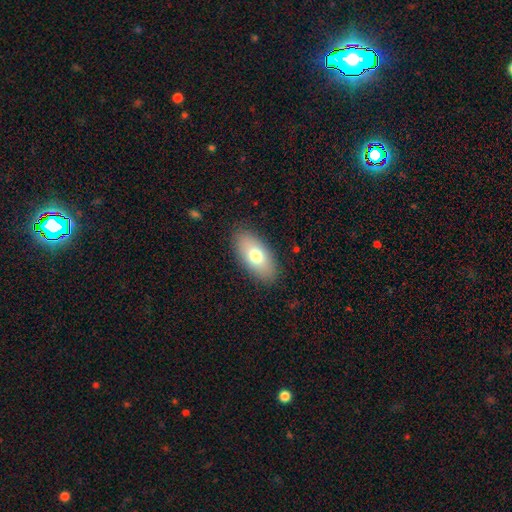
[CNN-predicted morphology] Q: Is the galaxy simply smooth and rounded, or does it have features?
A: smooth — 73%.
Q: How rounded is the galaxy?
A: in between — 91%.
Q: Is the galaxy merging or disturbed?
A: none — 86%.